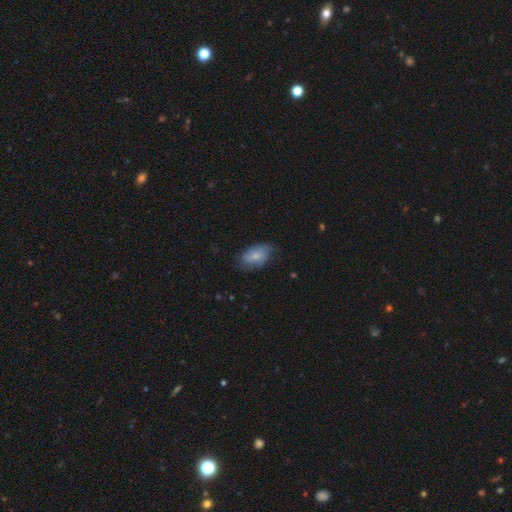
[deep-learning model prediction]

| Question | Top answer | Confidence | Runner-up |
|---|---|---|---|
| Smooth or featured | smooth | 67% | featured or disk (26%) |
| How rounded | in between | 90% | round (7%) |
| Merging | none | 58% | minor disturbance (32%) |